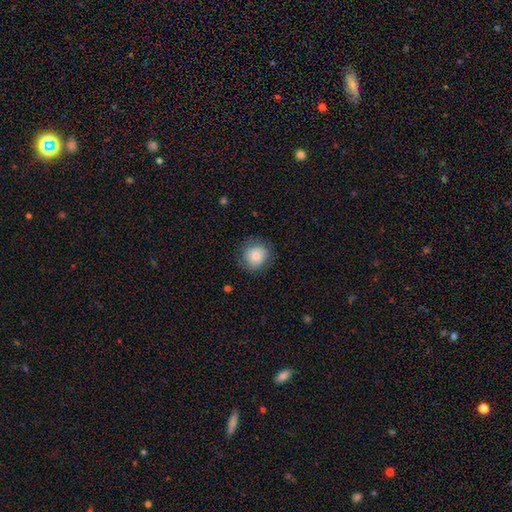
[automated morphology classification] Smooth or featured?
  - smooth: 77% *
  - featured or disk: 15%
  - star or artifact: 8%
How rounded?
  - round: 84% *
  - in between: 15%
  - cigar-shaped: 1%
Merging?
  - none: 79% *
  - minor disturbance: 15%
  - major disturbance: 5%
  - merger: 1%